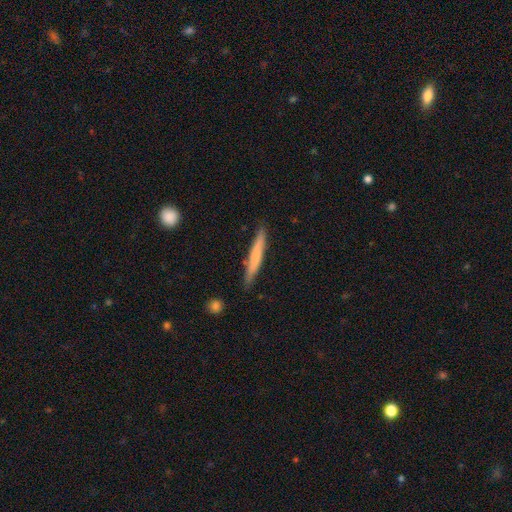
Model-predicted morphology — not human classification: smooth-or-featured: smooth: 63% | featured or disk: 32% | star or artifact: 6%
  how-rounded: cigar-shaped: 95% | in between: 4% | round: 1%
  merging: none: 84% | minor disturbance: 12% | major disturbance: 2% | merger: 2%